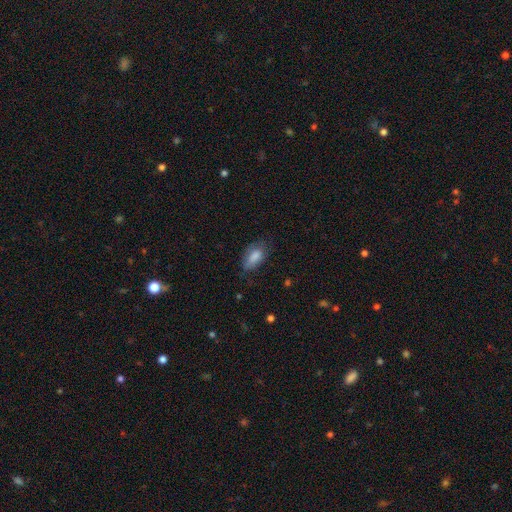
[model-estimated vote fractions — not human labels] smooth 81%, featured or disk 11%, star or artifact 8%. Down the decision tree: how rounded — in between (90%); merging — none (60%).